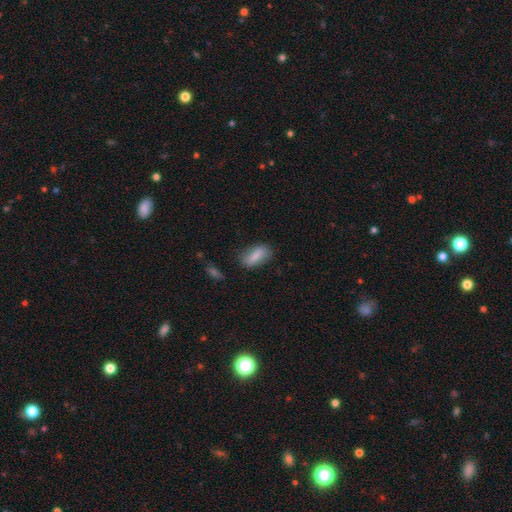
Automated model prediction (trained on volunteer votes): Smooth or featured?
  - smooth: 78% *
  - featured or disk: 15%
  - star or artifact: 7%
How rounded?
  - in between: 83% *
  - cigar-shaped: 13%
  - round: 4%
Merging?
  - none: 76% *
  - minor disturbance: 18%
  - major disturbance: 4%
  - merger: 2%